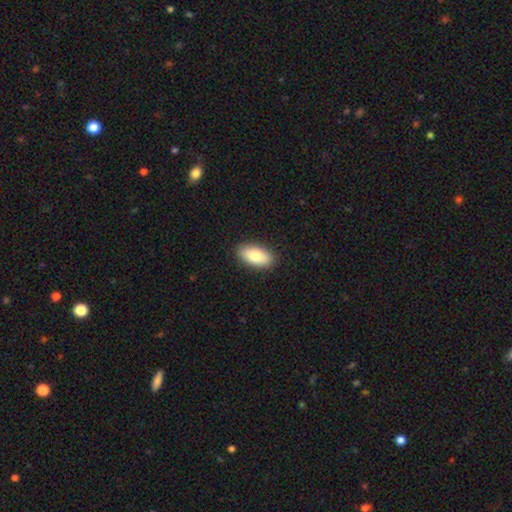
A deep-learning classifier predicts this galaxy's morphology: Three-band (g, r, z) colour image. It shows a smooth galaxy with no disk features (82%) that is in between round and cigar-shaped (92%). Merging: none (89%).